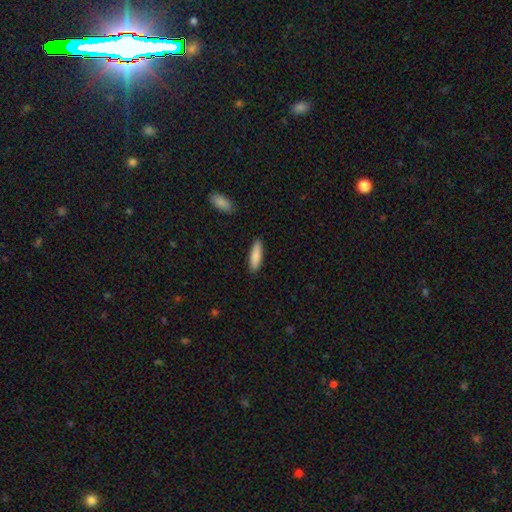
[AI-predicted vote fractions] Smooth or featured? smooth (85%)
How rounded? cigar-shaped (58%)
Merging? none (89%)